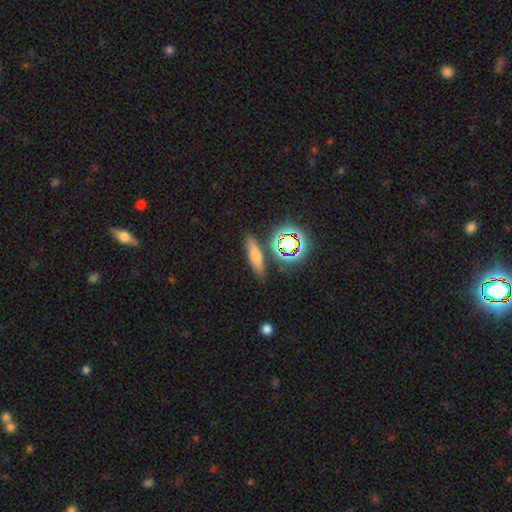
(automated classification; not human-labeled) The model was most divided on "smooth or featured": smooth: 53%, featured or disk: 25%, star or artifact: 21%. More confident: merging — none (83%); how rounded — cigar-shaped (69%).